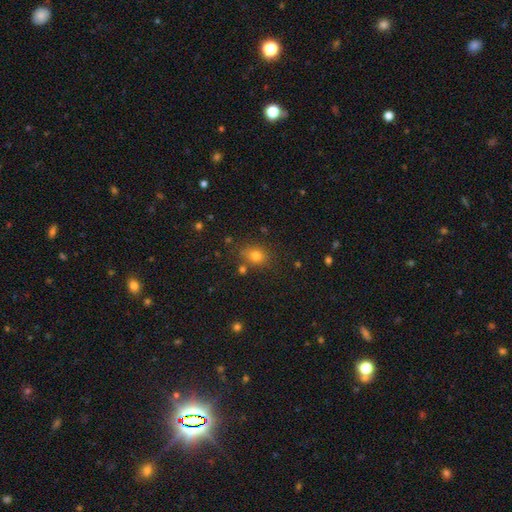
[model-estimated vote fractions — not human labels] Smooth or featured? smooth (76%)
How rounded? round (52%)
Merging? none (75%)